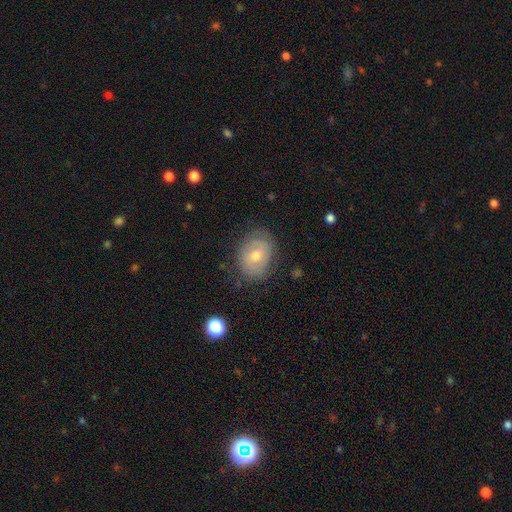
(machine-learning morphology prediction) Smooth or featured: smooth — 46% (featured or disk — 45%)
Merging: none — 76% (minor disturbance — 17%)